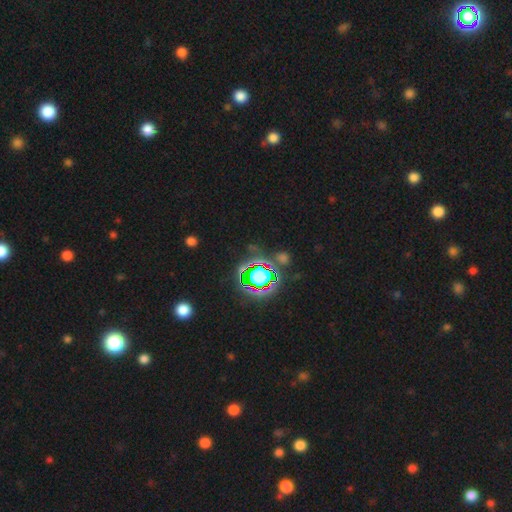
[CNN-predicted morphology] This appears to be a star or artifact, not a galaxy (80%).